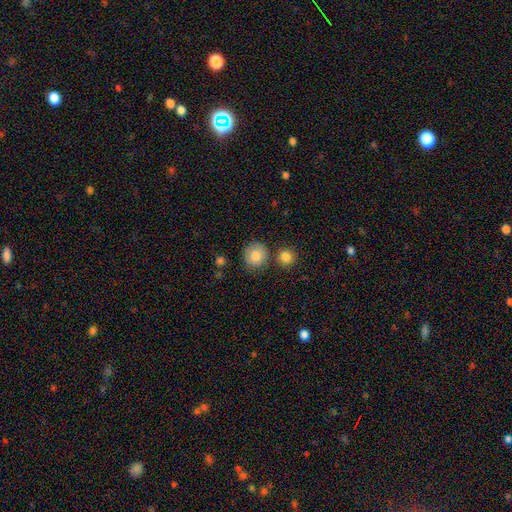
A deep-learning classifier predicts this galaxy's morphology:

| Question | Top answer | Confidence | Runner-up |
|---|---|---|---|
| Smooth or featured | smooth | 84% | star or artifact (9%) |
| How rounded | round | 89% | in between (10%) |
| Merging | none | 78% | minor disturbance (11%) |